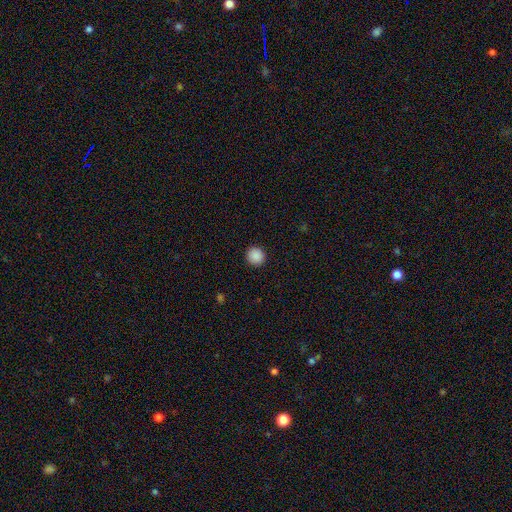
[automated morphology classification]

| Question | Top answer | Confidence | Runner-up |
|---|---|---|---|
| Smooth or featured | smooth | 89% | star or artifact (9%) |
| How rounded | round | 93% | in between (6%) |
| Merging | none | 93% | minor disturbance (5%) |